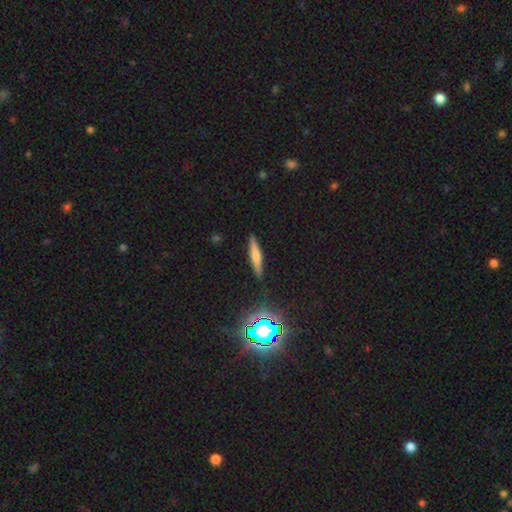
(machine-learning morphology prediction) Smooth or featured: smooth — 57% (featured or disk — 31%)
How rounded: cigar-shaped — 89% (in between — 9%)
Merging: none — 89% (minor disturbance — 8%)